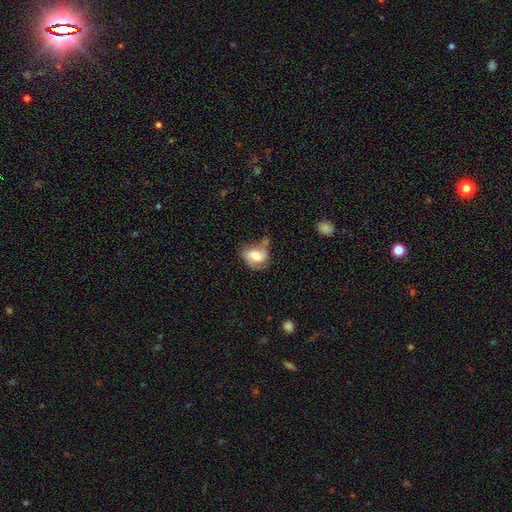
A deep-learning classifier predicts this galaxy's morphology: Smooth or featured: featured or disk — 46% (tied with smooth — 46%)
Merging: none — 35% (minor disturbance — 31%)